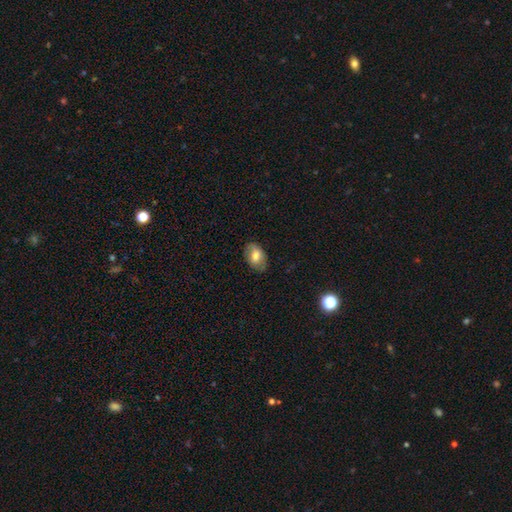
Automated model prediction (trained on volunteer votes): Smooth or featured: smooth — 68% (featured or disk — 24%)
How rounded: in between — 88% (round — 11%)
Merging: none — 77% (minor disturbance — 18%)